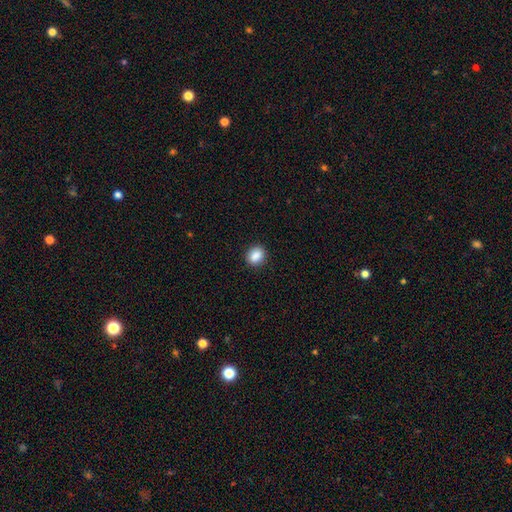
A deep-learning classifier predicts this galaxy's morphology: Q: Smooth or featured?
A: smooth (88%); runner-up: star or artifact (9%)
Q: How rounded?
A: round (50%); runner-up: in between (49%)
Q: Merging?
A: none (89%); runner-up: minor disturbance (8%)